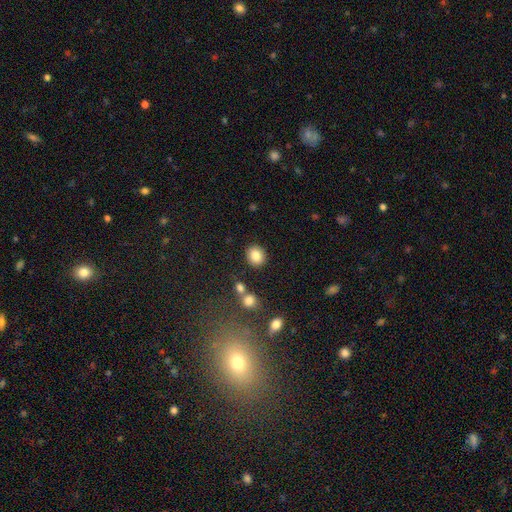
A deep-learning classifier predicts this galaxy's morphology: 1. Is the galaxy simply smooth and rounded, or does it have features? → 84% smooth, 9% star or artifact, 7% featured or disk.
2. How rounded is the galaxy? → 70% round, 29% in between, 1% cigar-shaped.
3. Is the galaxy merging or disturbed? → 87% none, 7% minor disturbance, 4% merger, 2% major disturbance.